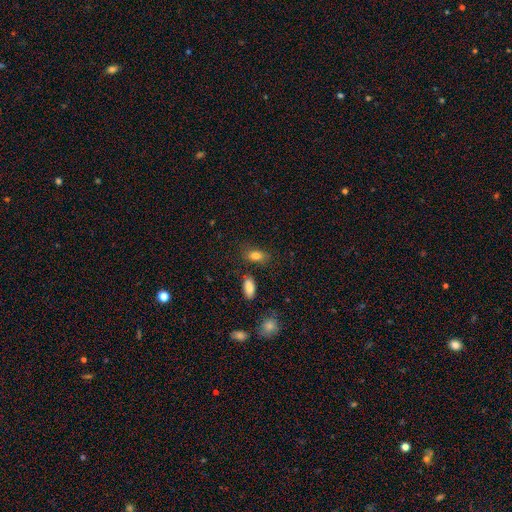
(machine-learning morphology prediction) smooth-or-featured: smooth: 82% | star or artifact: 10% | featured or disk: 9%
  how-rounded: in between: 86% | round: 10% | cigar-shaped: 4%
  merging: none: 76% | minor disturbance: 14% | merger: 6% | major disturbance: 4%